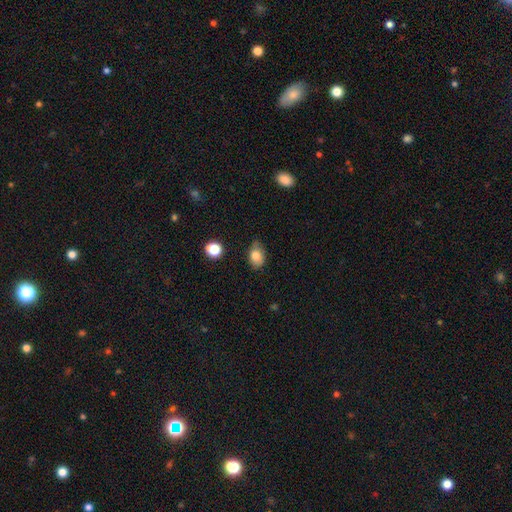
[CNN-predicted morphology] Smooth or featured? smooth (80%)
How rounded? in between (80%)
Merging? none (62%)